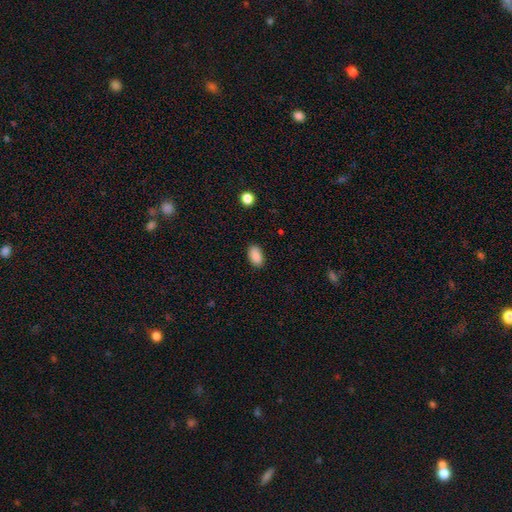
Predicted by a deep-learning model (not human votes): Smooth or featured? smooth (89%)
How rounded? in between (92%)
Merging? none (87%)